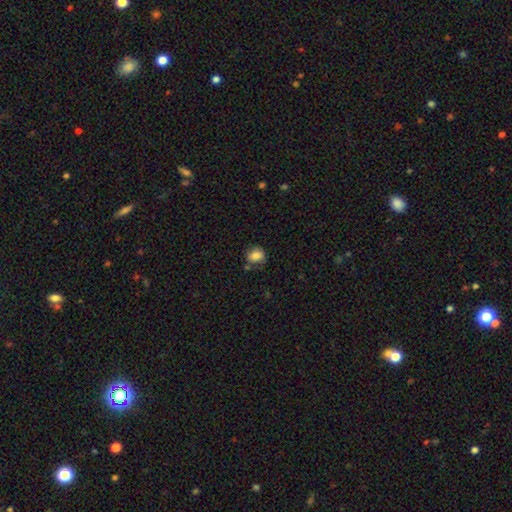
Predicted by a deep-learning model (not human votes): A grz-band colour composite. It shows a smooth galaxy with no disk features (82%) that is round (65%). Merging: none (66%).